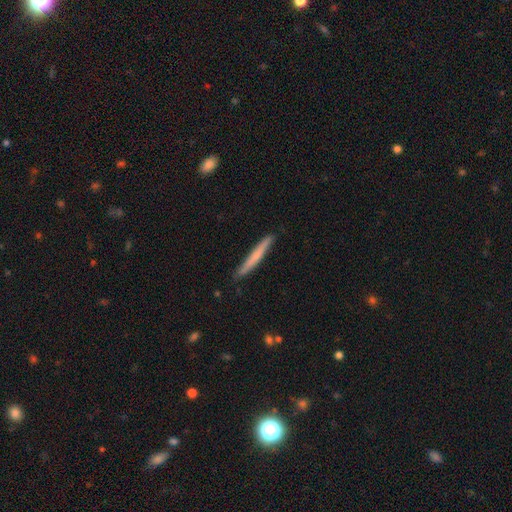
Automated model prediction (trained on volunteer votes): smooth-or-featured: smooth: 58% | featured or disk: 36% | star or artifact: 6%
  how-rounded: cigar-shaped: 97% | in between: 2% | round: 1%
  merging: none: 89% | minor disturbance: 9% | major disturbance: 1% | merger: 1%